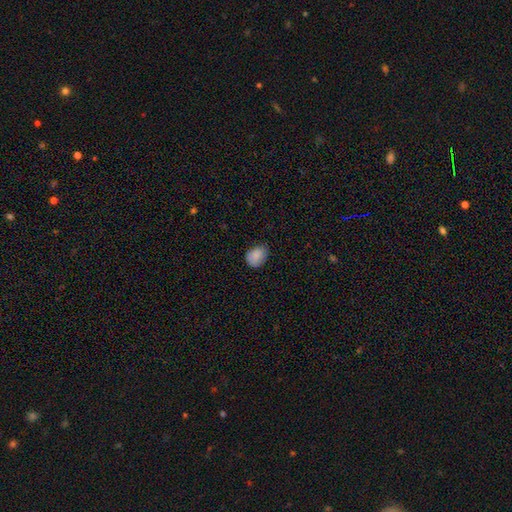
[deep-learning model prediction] This appears to be a smooth galaxy with no disk features (86%) that is in between round and cigar-shaped (63%). Merging: none (64%).